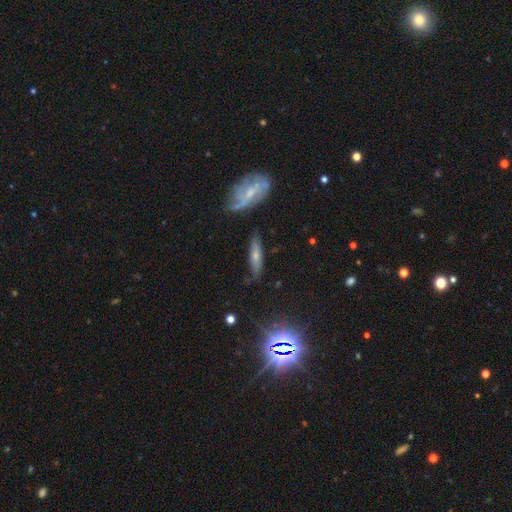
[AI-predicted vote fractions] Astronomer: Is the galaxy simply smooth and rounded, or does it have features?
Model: smooth — 53% (runner-up: featured or disk, 39%).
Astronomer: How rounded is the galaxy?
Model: cigar-shaped — 73%.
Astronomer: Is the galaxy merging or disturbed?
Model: none — 75%.